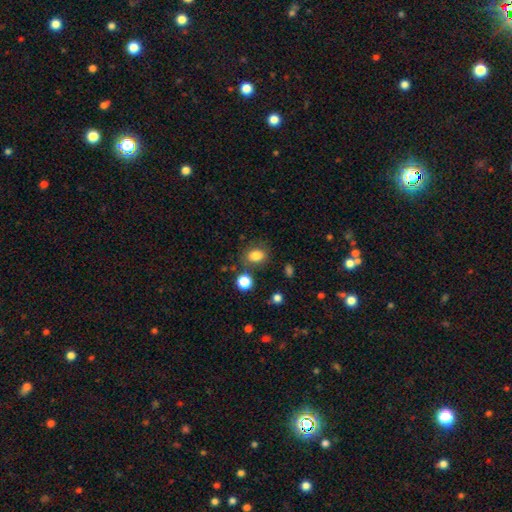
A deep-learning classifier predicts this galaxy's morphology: Smooth or featured? smooth (82%)
How rounded? in between (63%)
Merging? none (74%)